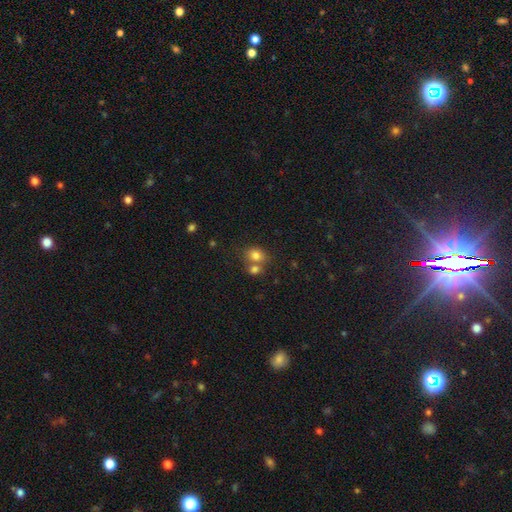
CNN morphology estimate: A smooth galaxy with no disk features (79%) that is round (50%). Merging: none (44%).